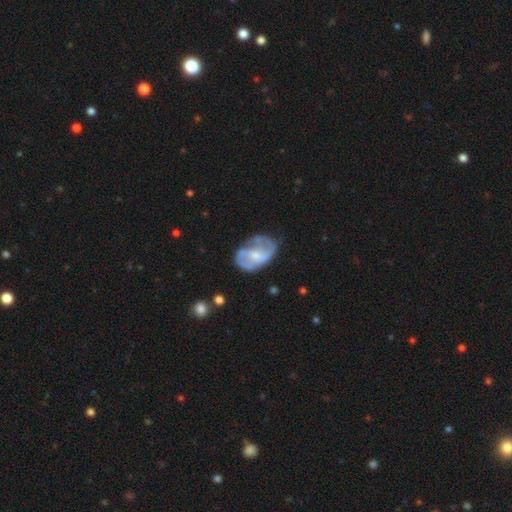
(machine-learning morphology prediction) featured or disk 69%, smooth 25%, star or artifact 6%. Down the decision tree: edge-on disk — no (97%); bar — weak (44%); spiral arms — yes (75%); bulge size — small (46%); merging — none (52%).